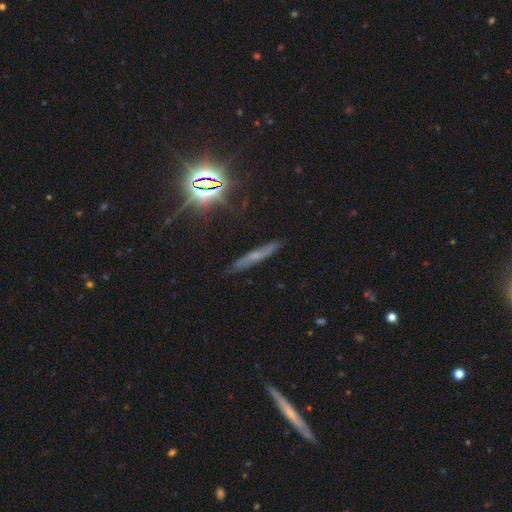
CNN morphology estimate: Smooth or featured?
  - featured or disk: 41% *
  - smooth: 36%
  - star or artifact: 24%
Merging?
  - none: 84% *
  - minor disturbance: 12%
  - major disturbance: 2%
  - merger: 2%